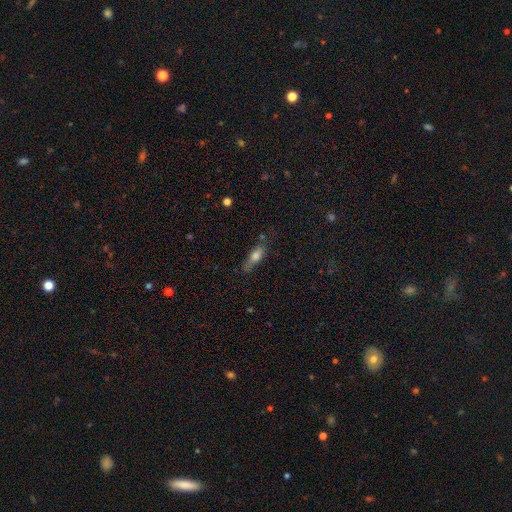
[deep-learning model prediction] Overall: smooth (67%). How rounded: cigar-shaped (49%; in between 48%). Merging: none (61%; minor disturbance 26%).